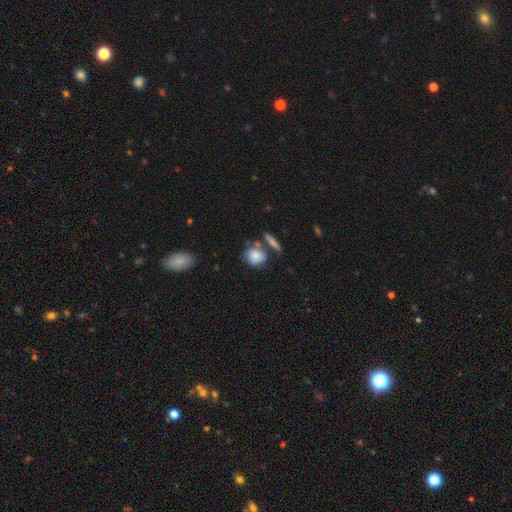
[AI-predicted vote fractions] Overall: smooth (78%). How rounded: round (67%; in between 31%). Merging: none (53%; merger 22%).